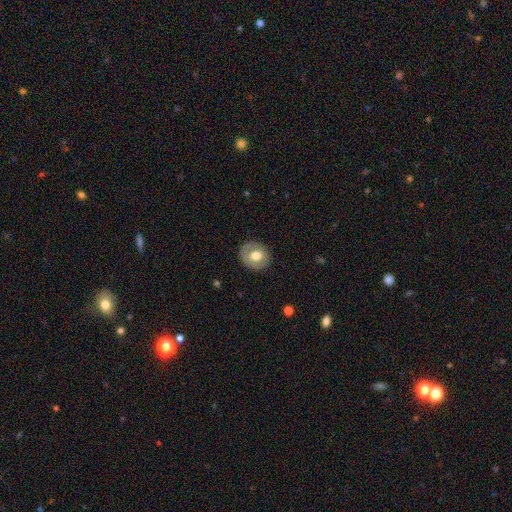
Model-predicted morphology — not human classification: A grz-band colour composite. It shows a smooth galaxy with no disk features (60%) that is round (77%). Merging: none (84%).